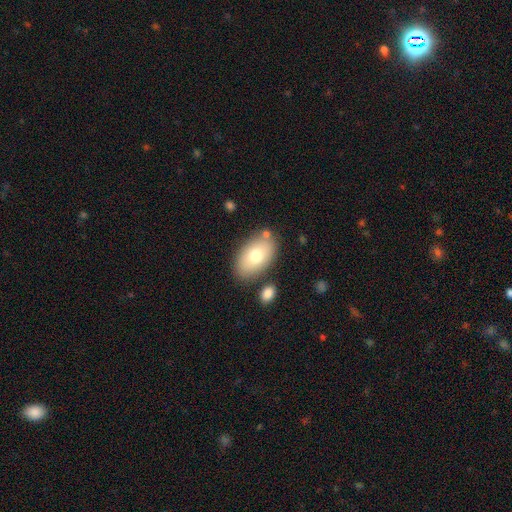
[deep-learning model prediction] Morphology: type=smooth (73%); roundness=in between (92%); merging=none (76%).